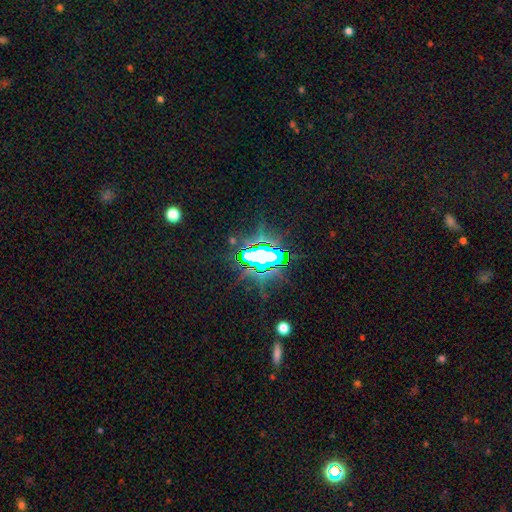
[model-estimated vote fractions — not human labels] Smooth or featured?
  - star or artifact: 75% *
  - smooth: 15%
  - featured or disk: 11%